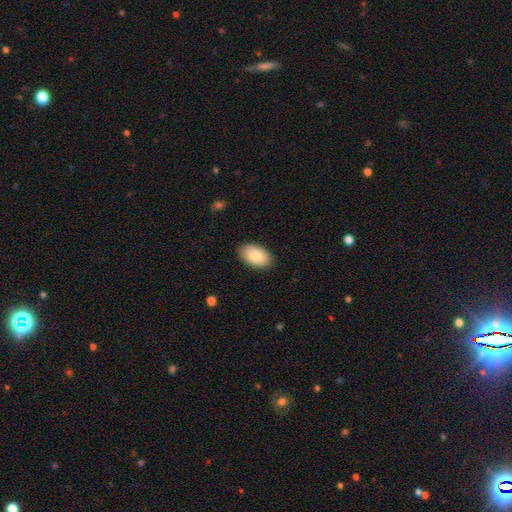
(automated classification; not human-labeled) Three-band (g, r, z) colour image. It shows a smooth galaxy with no disk features (84%) that is in between round and cigar-shaped (93%). Merging: none (88%).